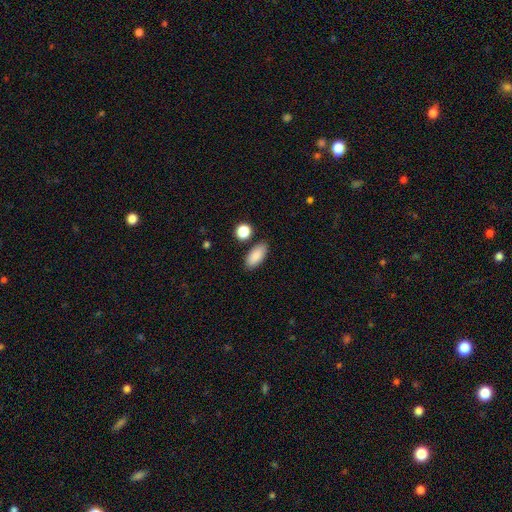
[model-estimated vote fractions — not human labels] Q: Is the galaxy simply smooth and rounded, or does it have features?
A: smooth — 87%.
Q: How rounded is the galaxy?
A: in between — 87%.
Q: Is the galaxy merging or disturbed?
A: none — 83%.